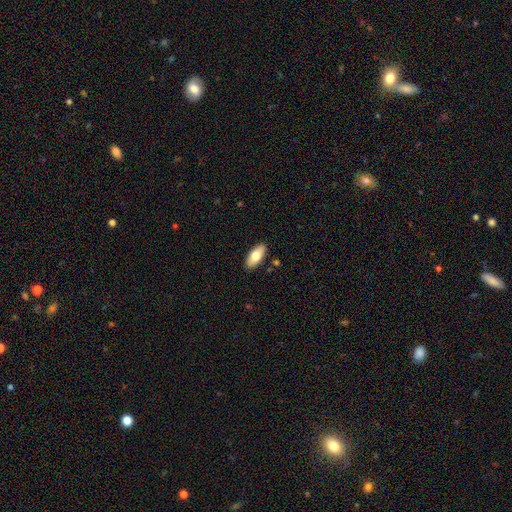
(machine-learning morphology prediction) A smooth galaxy with no disk features (73%) that is in between round and cigar-shaped (88%). Merging: none (89%).